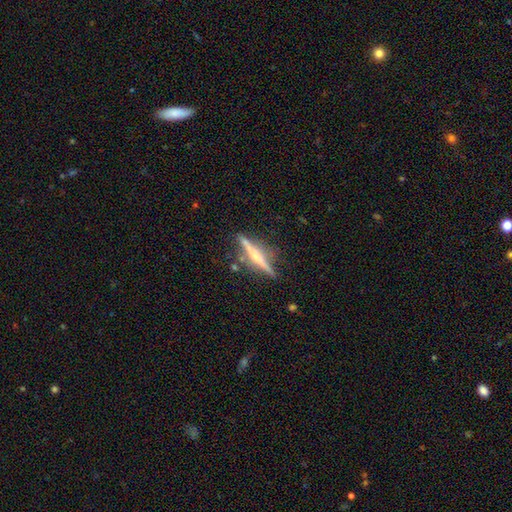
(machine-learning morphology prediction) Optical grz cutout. It shows a featured or disk galaxy (72%) viewed edge-on (97%) with a rounded central bulge (63%). Merging: none (81%).